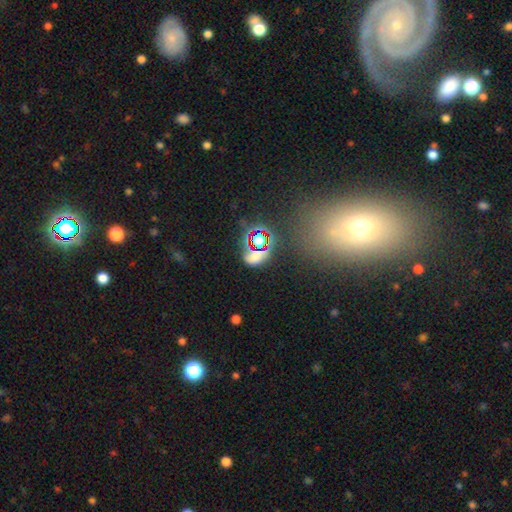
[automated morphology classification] Overall: star or artifact (44%; smooth 42%).